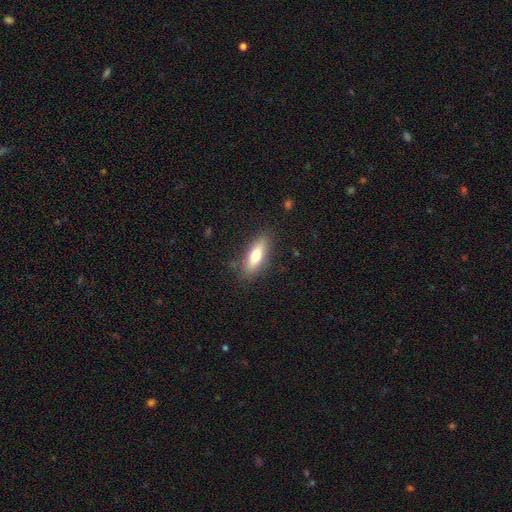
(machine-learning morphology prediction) Smooth or featured: smooth — 68% (featured or disk — 26%)
How rounded: in between — 57% (cigar-shaped — 41%)
Merging: none — 83% (minor disturbance — 12%)